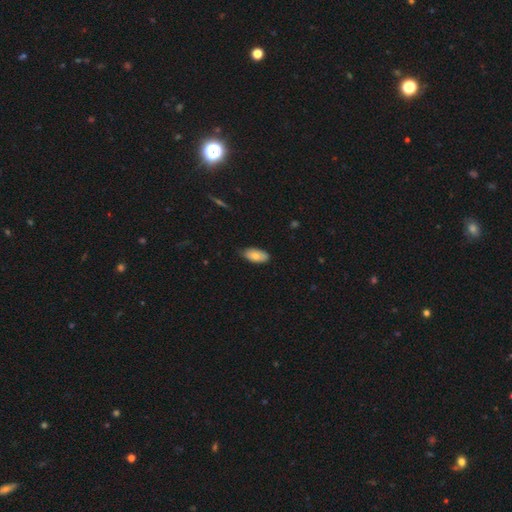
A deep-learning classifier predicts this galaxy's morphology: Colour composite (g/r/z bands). It shows a smooth galaxy with no disk features (75%) that is in between round and cigar-shaped (93%). Merging: none (74%).